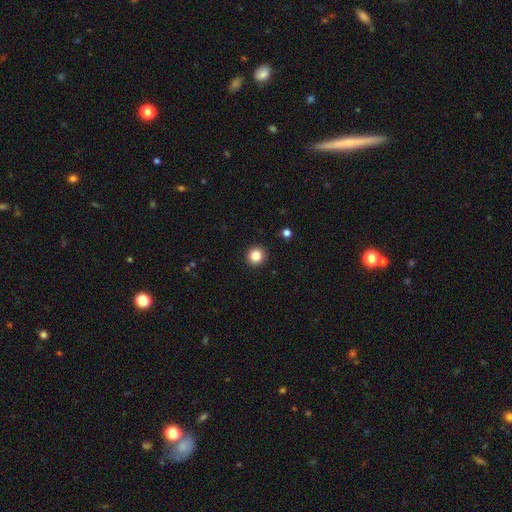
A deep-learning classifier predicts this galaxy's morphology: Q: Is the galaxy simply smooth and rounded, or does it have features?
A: smooth — 85%.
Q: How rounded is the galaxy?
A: round — 95%.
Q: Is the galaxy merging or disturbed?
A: none — 93%.